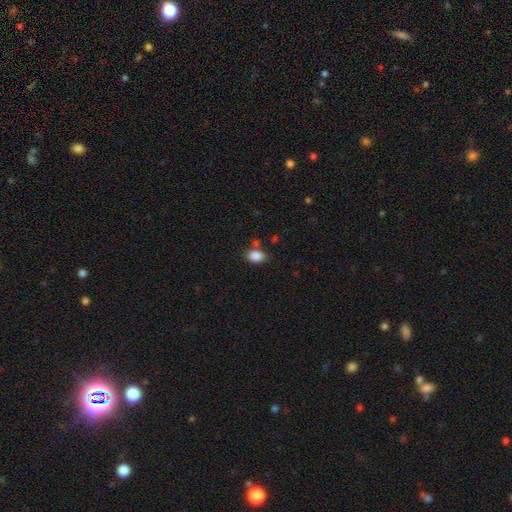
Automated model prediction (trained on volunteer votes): Smooth or featured?
  - smooth: 86% *
  - star or artifact: 9%
  - featured or disk: 5%
How rounded?
  - in between: 74% *
  - round: 25%
  - cigar-shaped: 1%
Merging?
  - none: 71% *
  - minor disturbance: 15%
  - merger: 10%
  - major disturbance: 4%